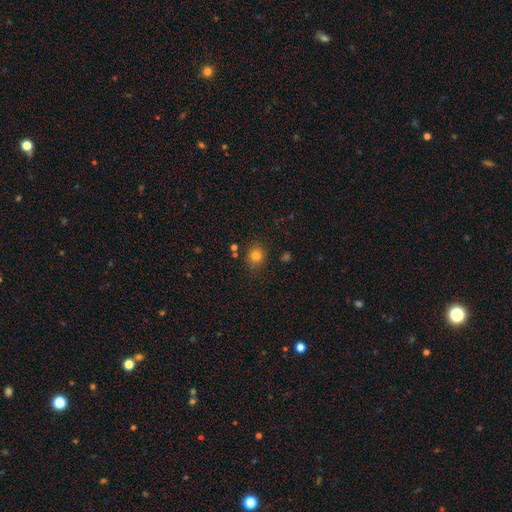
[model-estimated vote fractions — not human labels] Morphology: type=smooth (81%); roundness=round (74%); merging=none (81%).